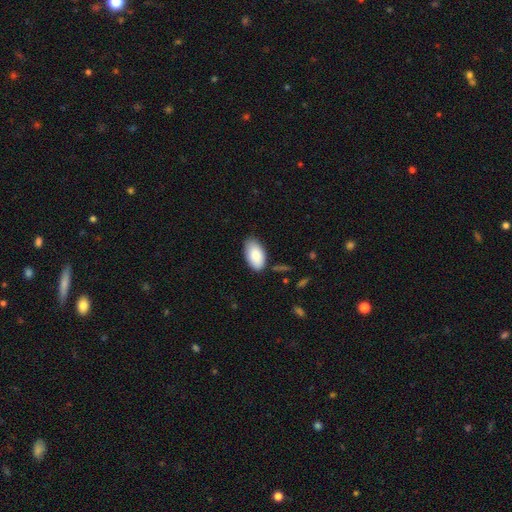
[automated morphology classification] This appears to be a smooth galaxy with no disk features (86%) that is in between round and cigar-shaped (95%). Merging: none (76%).